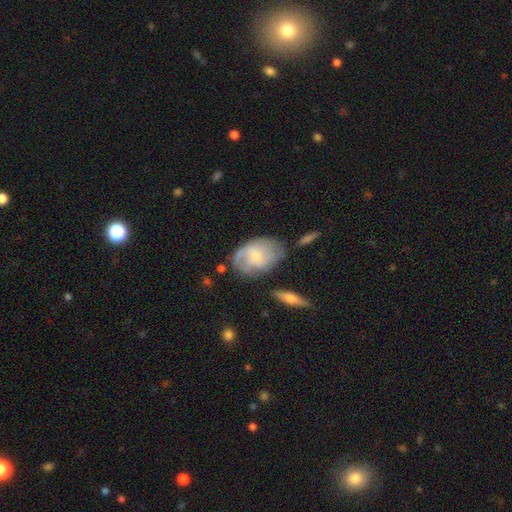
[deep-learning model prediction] The model was most divided on "bar": no: 58%, weak: 37%, strong: 6%. More confident: edge-on disk — no (95%); spiral arms — yes (82%); bulge size — small (60%); smooth or featured — featured or disk (57%); merging — none (55%).